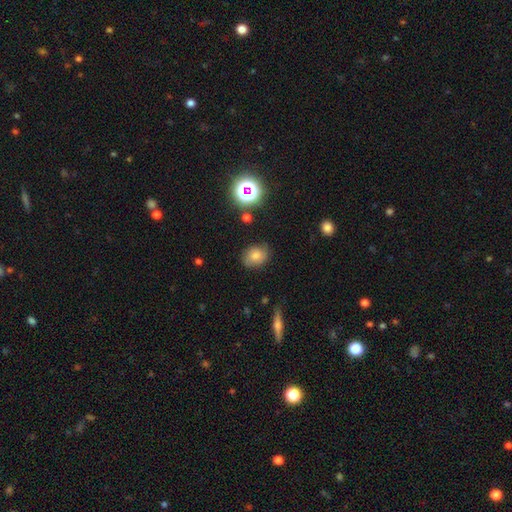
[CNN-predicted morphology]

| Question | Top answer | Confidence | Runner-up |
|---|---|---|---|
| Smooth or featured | smooth | 64% | featured or disk (20%) |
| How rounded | round | 52% | in between (46%) |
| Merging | none | 74% | minor disturbance (19%) |